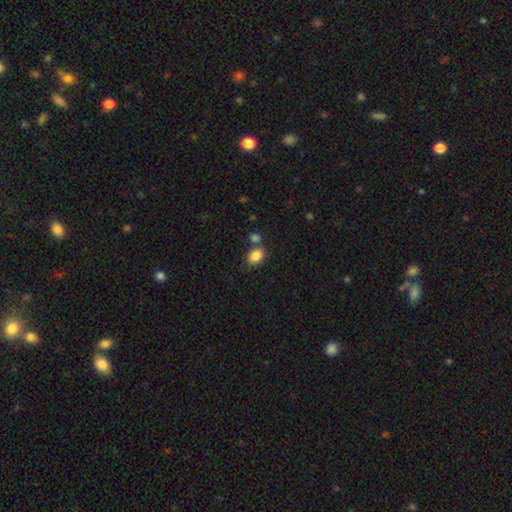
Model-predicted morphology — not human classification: This is clearly a smooth galaxy (86%). How rounded: likely in between (67%). Merging: likely none (64%).